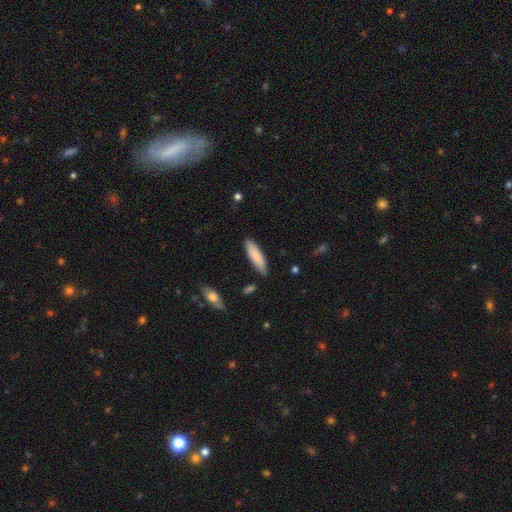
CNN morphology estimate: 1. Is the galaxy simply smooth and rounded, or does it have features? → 85% smooth, 9% featured or disk, 6% star or artifact.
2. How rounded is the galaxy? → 61% cigar-shaped, 38% in between, 1% round.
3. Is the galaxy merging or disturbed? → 85% none, 11% minor disturbance, 2% major disturbance, 2% merger.